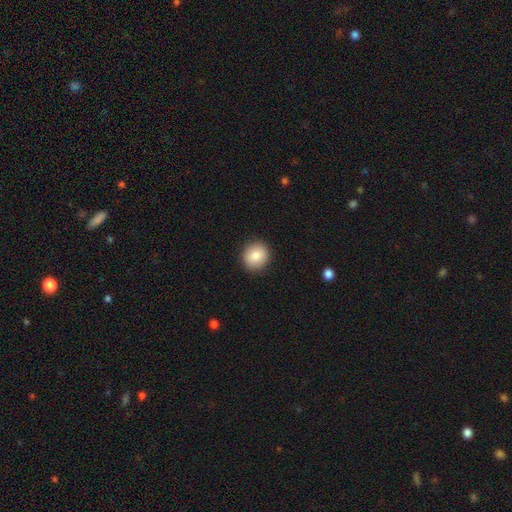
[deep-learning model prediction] The model was most divided on "how rounded": round: 83%, in between: 16%, cigar-shaped: 1%. More confident: merging — none (91%); smooth or featured — smooth (85%).